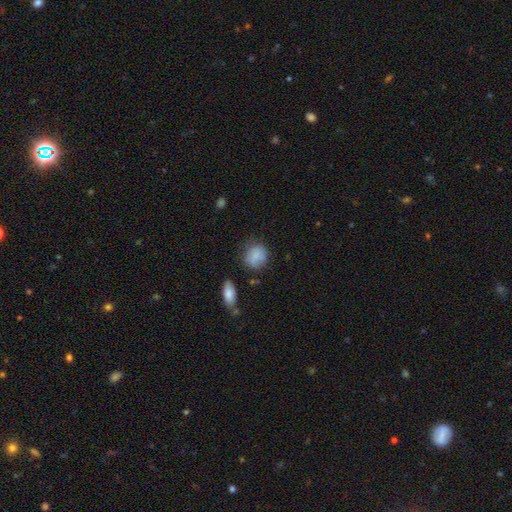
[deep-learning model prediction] Smooth or featured? smooth (83%)
How rounded? round (72%)
Merging? none (67%)